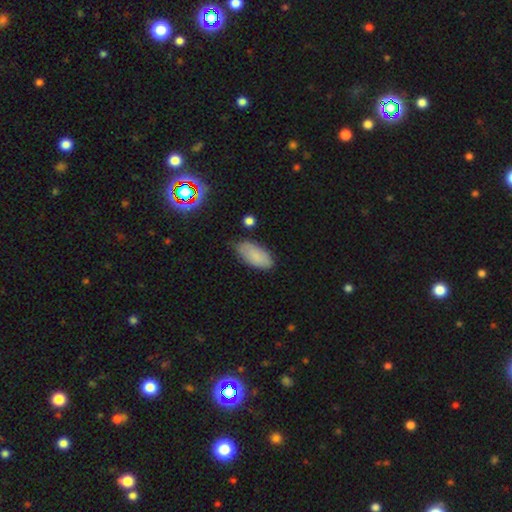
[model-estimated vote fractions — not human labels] A smooth galaxy with no disk features (82%) that is in between round and cigar-shaped (91%). Merging: none (73%).